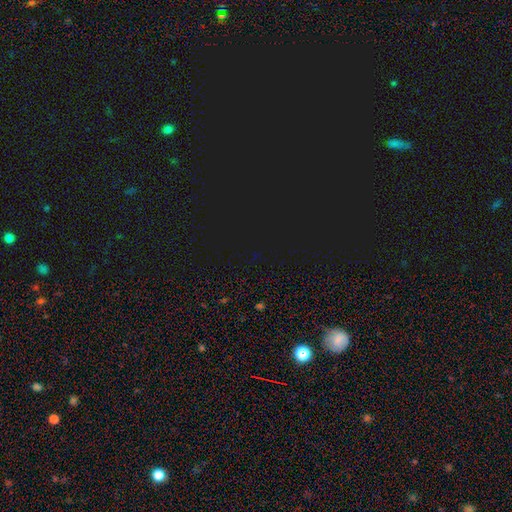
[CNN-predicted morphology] star or artifact 80%, smooth 13%, featured or disk 6%.